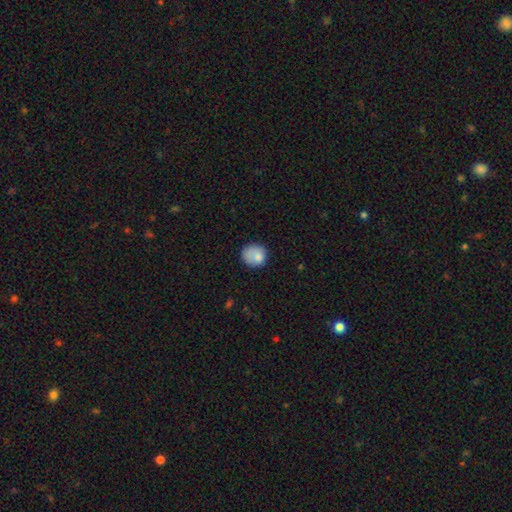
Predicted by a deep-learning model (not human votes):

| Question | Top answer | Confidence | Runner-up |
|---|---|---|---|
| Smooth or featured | smooth | 80% | featured or disk (11%) |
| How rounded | round | 80% | in between (19%) |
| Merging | none | 63% | minor disturbance (24%) |